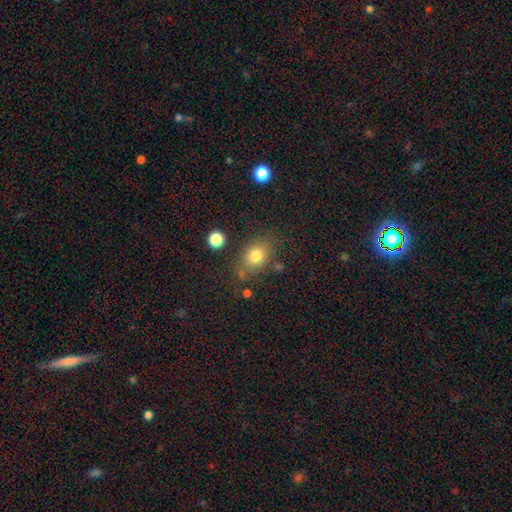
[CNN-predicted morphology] smooth-or-featured: smooth: 79% | star or artifact: 11% | featured or disk: 10%
  how-rounded: in between: 62% | round: 36% | cigar-shaped: 2%
  merging: none: 71% | minor disturbance: 17% | major disturbance: 6% | merger: 6%